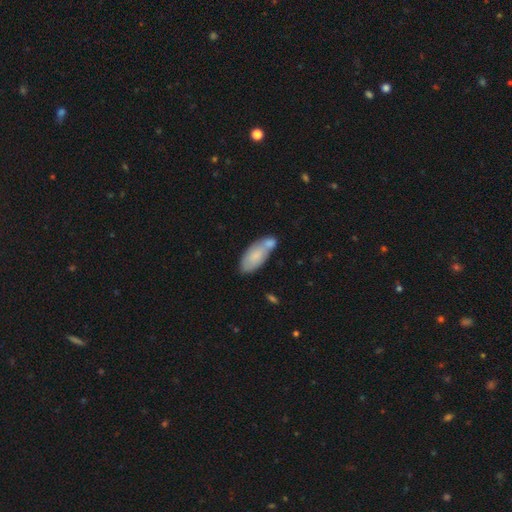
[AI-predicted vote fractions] This appears to be a smooth galaxy with no disk features (75%) that is in between round and cigar-shaped (83%). Merging: merger (39%).